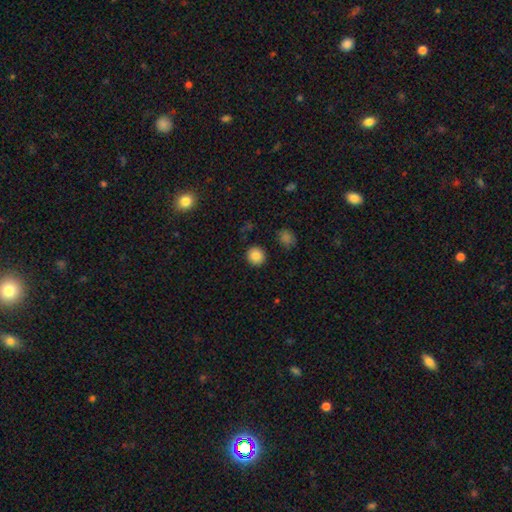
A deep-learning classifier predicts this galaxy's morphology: The model was most divided on "smooth or featured": smooth: 87%, star or artifact: 10%, featured or disk: 4%. More confident: merging — none (90%); how rounded — round (90%).